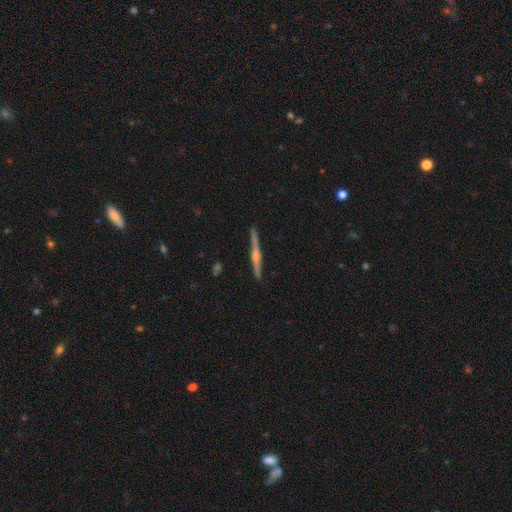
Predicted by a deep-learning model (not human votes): Smooth or featured?
  - featured or disk: 69% *
  - smooth: 21%
  - star or artifact: 11%
Edge-on disk?
  - yes: 95% *
  - no: 5%
Edge-on bulge?
  - rounded: 80% *
  - none: 13%
  - boxy: 8%
Merging?
  - none: 87% *
  - minor disturbance: 9%
  - major disturbance: 2%
  - merger: 2%